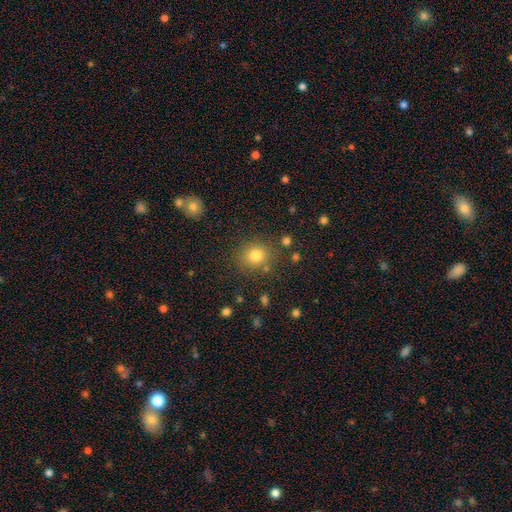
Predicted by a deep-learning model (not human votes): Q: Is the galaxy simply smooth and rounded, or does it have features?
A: smooth — 79%.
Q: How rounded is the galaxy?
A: round — 79%.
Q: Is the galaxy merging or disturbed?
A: none — 83%.